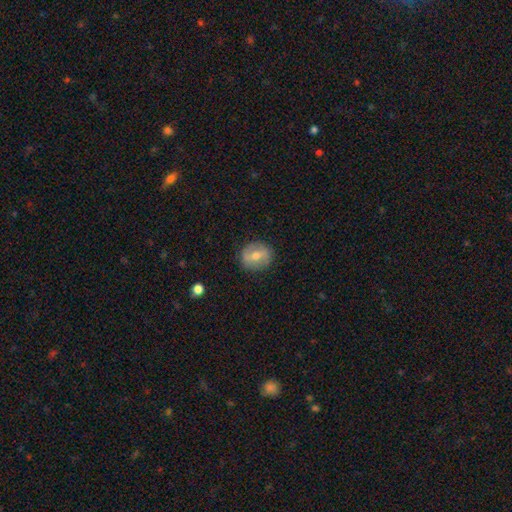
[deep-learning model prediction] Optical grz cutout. It shows a smooth galaxy with no disk features (50%). Merging: none (86%).